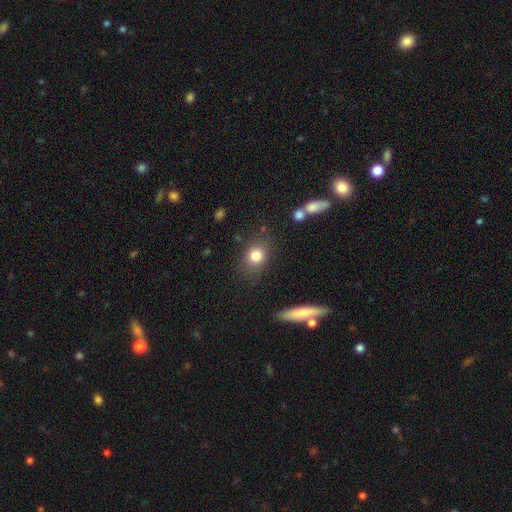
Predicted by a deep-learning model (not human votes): Smooth or featured? smooth (81%)
How rounded? round (51%)
Merging? none (78%)